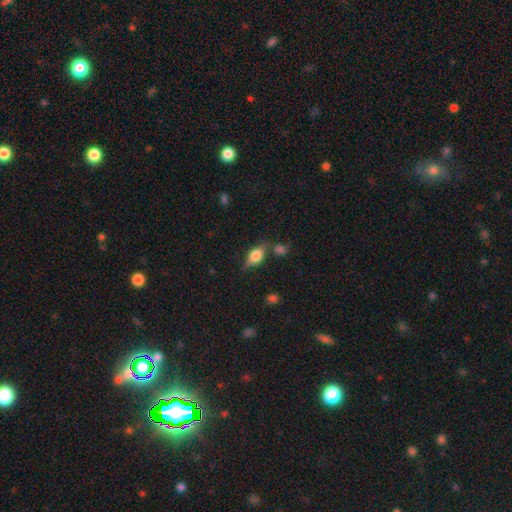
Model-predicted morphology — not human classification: Smooth or featured?
  - smooth: 64% *
  - featured or disk: 27%
  - star or artifact: 9%
How rounded?
  - in between: 81% *
  - cigar-shaped: 10%
  - round: 9%
Merging?
  - none: 66% *
  - minor disturbance: 18%
  - merger: 10%
  - major disturbance: 6%